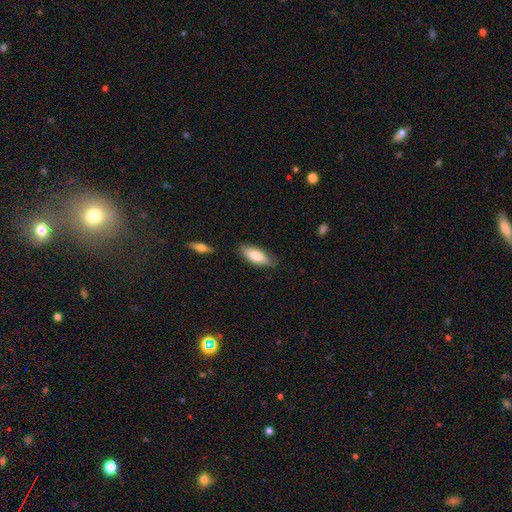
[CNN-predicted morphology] type=smooth (78%); roundness=in between (70%); merging=none (80%).